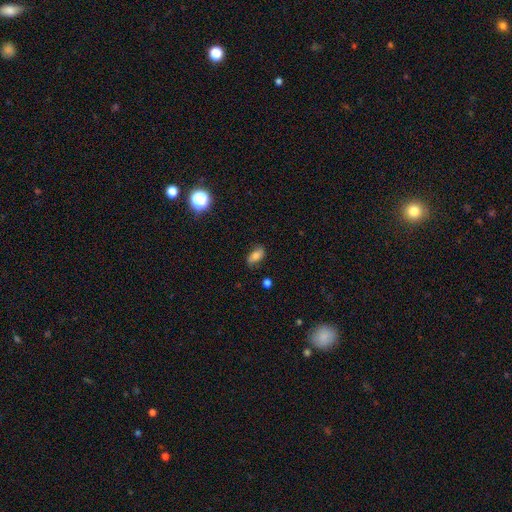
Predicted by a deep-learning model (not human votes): A smooth galaxy with no disk features (70%) that is in between round and cigar-shaped (88%). Merging: none (77%).